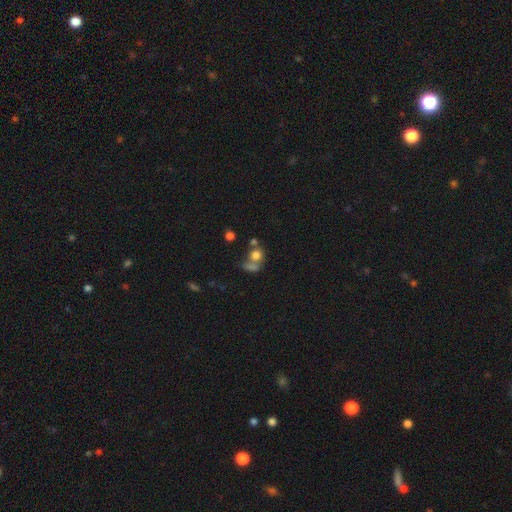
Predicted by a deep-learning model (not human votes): Smooth or featured? Predicted: smooth (p=0.72). How rounded? Predicted: round (p=0.72). Merging? Predicted: merger (p=0.41).